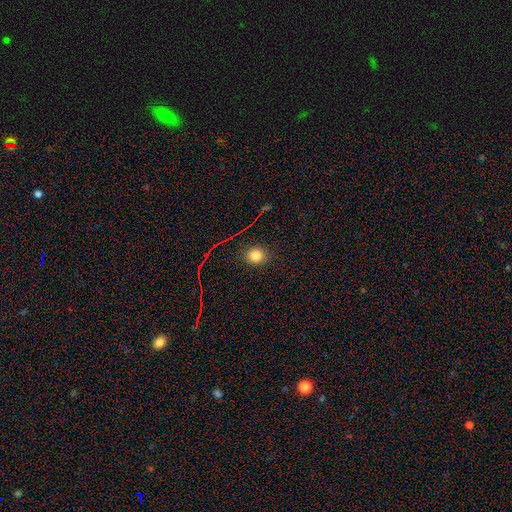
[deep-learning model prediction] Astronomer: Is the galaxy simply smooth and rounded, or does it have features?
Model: smooth — 78%.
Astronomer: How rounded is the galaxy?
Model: round — 69%.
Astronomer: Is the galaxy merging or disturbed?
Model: none — 87%.